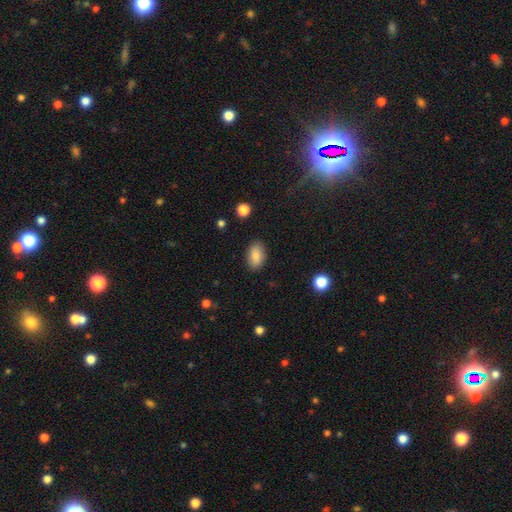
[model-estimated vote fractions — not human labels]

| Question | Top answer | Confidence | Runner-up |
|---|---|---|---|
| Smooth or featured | smooth | 84% | featured or disk (9%) |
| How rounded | in between | 90% | round (8%) |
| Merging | none | 87% | minor disturbance (10%) |